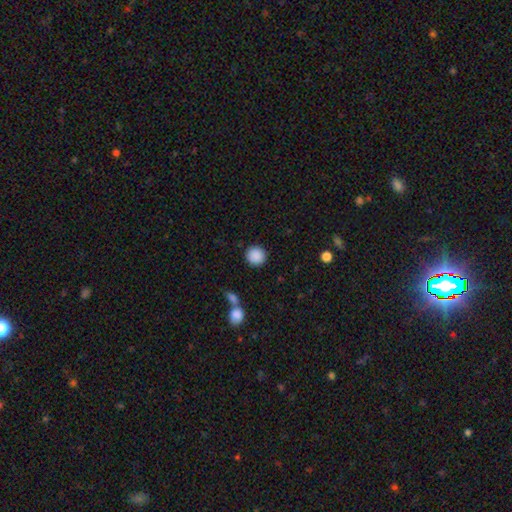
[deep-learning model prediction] A smooth galaxy with no disk features (89%) that is round (94%).

Vote fractions:
- Smooth or featured? smooth: 89% / star or artifact: 8% / featured or disk: 3%
- How rounded? round: 94% / in between: 5% / cigar-shaped: 1%
- Merging? none: 88% / minor disturbance: 6% / merger: 4% / major disturbance: 3%